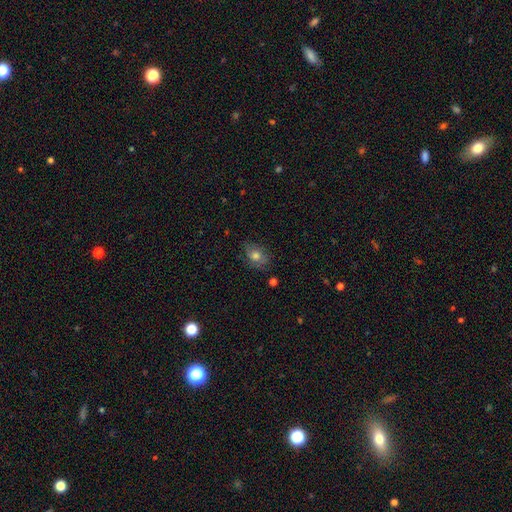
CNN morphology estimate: This is likely a smooth galaxy (68%). How rounded: likely in between (66%). Merging: likely none (71%).